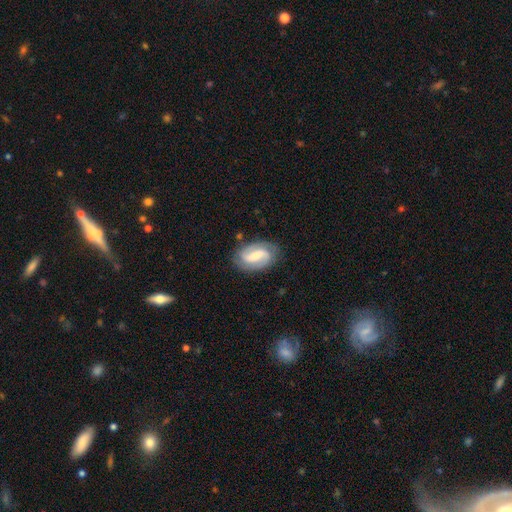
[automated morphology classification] This is likely a featured or disk galaxy (76%). It is clearly not viewed edge-on (97%). Bar: possibly weak (46%). Spiral arm pattern: clearly yes (94%). Spiral arm count: clearly 2 (88%). Spiral winding: marginally medium (44%). Central bulge: marginally small (45%). Merging: clearly none (80%).